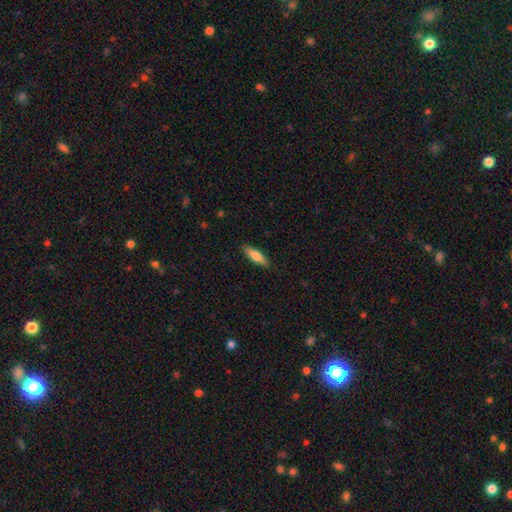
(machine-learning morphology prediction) A smooth galaxy with no disk features (76%) that is cigar-shaped (55%). Merging: none (87%).